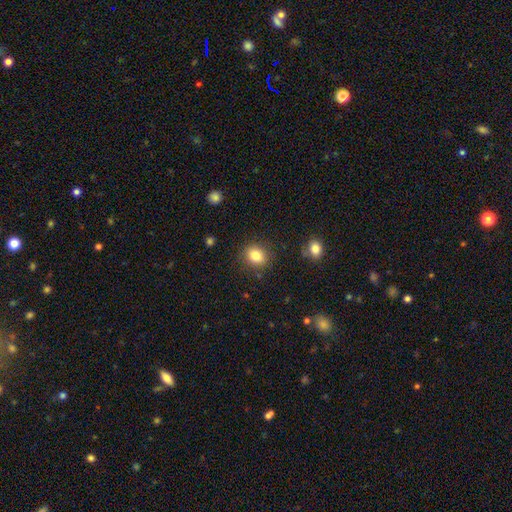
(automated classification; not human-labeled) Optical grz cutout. It shows a smooth galaxy with no disk features (84%) that is round (57%). Merging: none (86%).